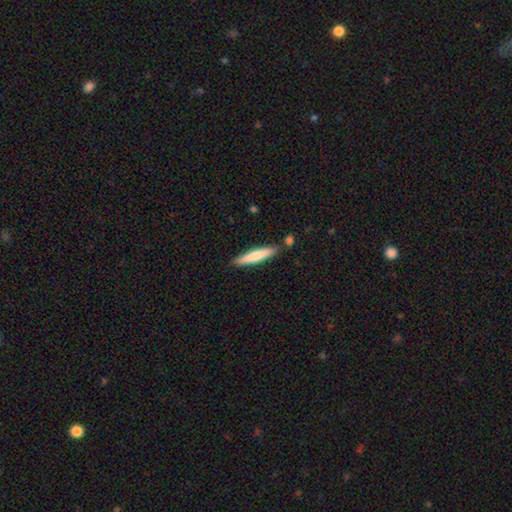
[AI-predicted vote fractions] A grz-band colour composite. It shows a smooth galaxy with no disk features (70%) that is cigar-shaped (90%). Merging: none (82%).